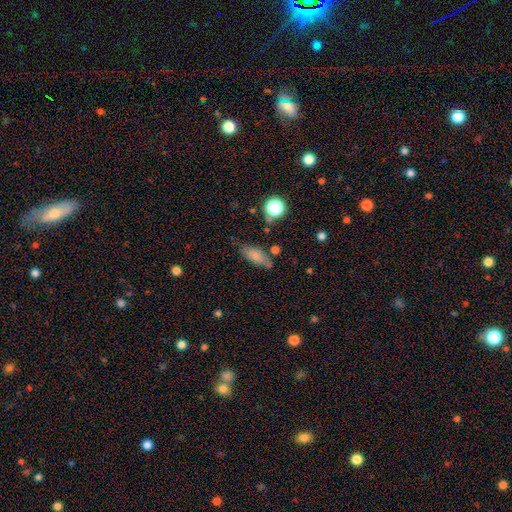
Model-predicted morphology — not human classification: A smooth galaxy with no disk features (74%) that is in between round and cigar-shaped (78%). Merging: none (60%).